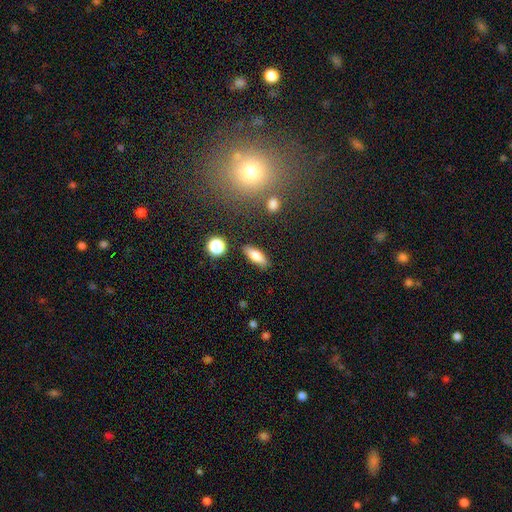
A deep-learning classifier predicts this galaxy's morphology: This appears to be a smooth galaxy with no disk features (75%) that is in between round and cigar-shaped (62%). Merging: none (84%).